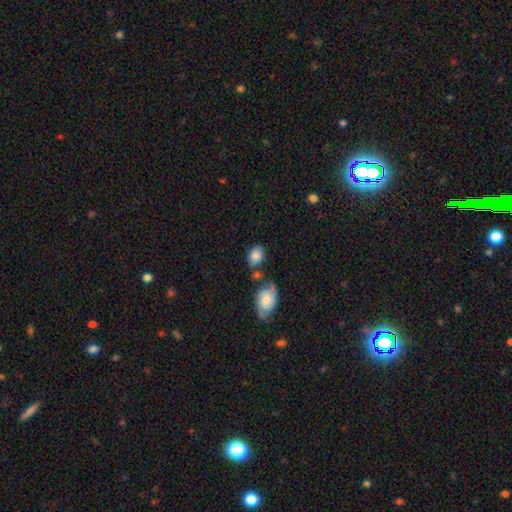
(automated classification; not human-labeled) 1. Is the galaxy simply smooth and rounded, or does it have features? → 75% smooth, 17% featured or disk, 7% star or artifact.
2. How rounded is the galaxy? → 72% in between, 26% round, 1% cigar-shaped.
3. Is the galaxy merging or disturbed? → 51% none, 20% merger, 20% minor disturbance, 8% major disturbance.